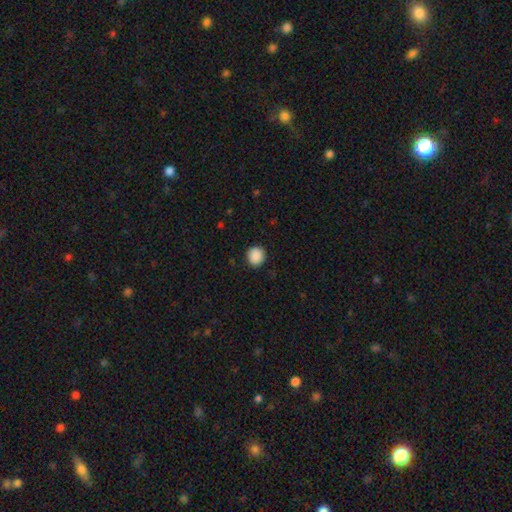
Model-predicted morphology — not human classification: Smooth or featured: smooth — 89% (star or artifact — 8%)
How rounded: round — 89% (in between — 10%)
Merging: none — 89% (minor disturbance — 8%)